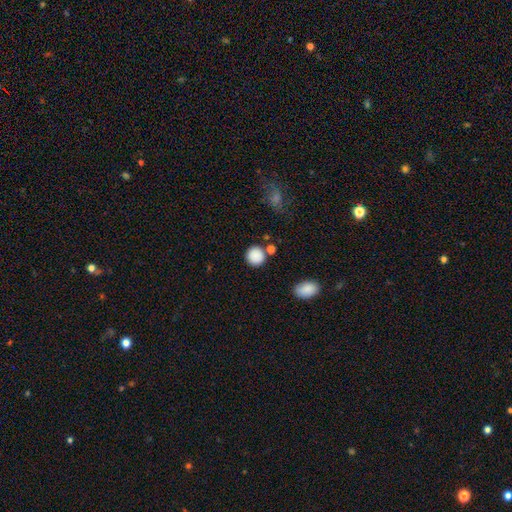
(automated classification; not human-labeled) Morphology: type=smooth (87%); roundness=round (91%); merging=none (81%).